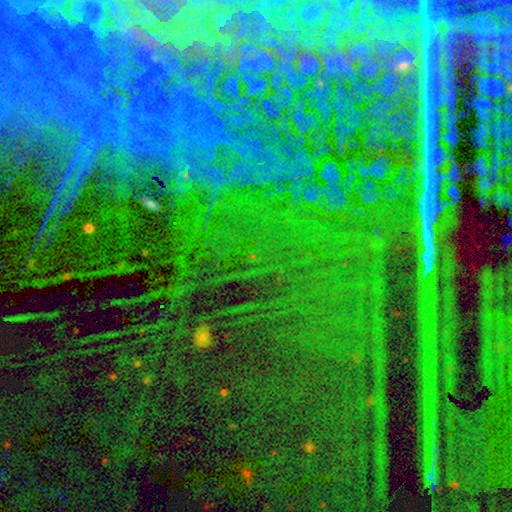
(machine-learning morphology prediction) smooth-or-featured: star or artifact: 87% | featured or disk: 7% | smooth: 6%